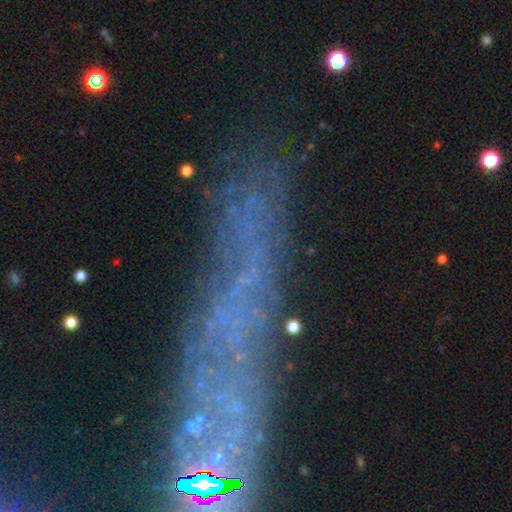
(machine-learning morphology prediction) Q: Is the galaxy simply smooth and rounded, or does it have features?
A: featured or disk — 40%.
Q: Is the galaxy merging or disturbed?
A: none — 69%.